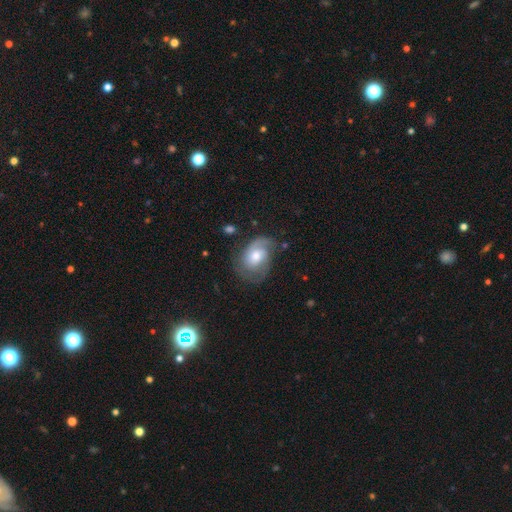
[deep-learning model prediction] Smooth or featured: featured or disk — 69% (smooth — 25%)
Edge-on disk: no — 97% (yes — 3%)
Bar: no — 68% (weak — 28%)
Spiral arms: yes — 90% (no — 10%)
Spiral winding: tight — 45% (medium — 39%)
Spiral arm count: 2 — 54% (can't tell — 19%)
Bulge size: moderate — 64% (small — 20%)
Merging: none — 63% (minor disturbance — 23%)